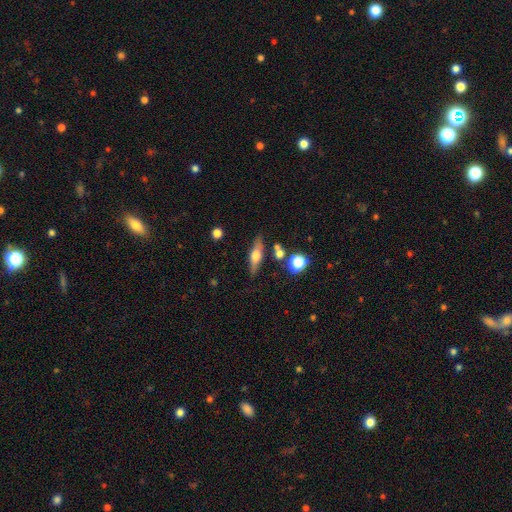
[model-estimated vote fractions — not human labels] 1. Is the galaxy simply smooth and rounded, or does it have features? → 49% featured or disk, 43% smooth, 8% star or artifact.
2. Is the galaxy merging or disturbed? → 78% none, 12% minor disturbance, 6% merger, 3% major disturbance.